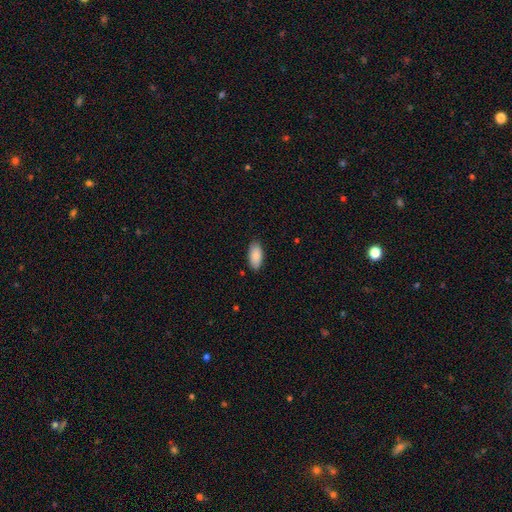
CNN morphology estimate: This appears to be a smooth galaxy with no disk features (87%) that is in between round and cigar-shaped (92%). Merging: none (86%).